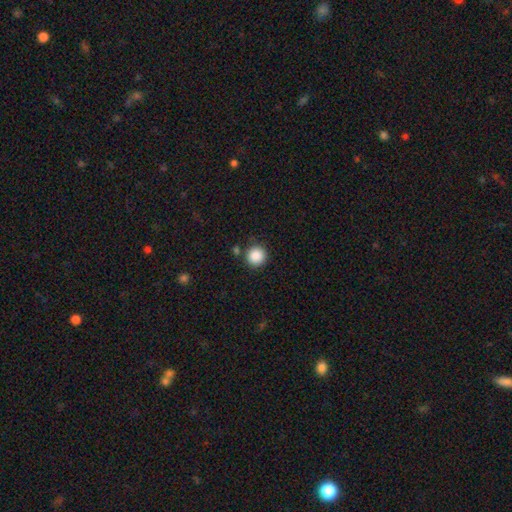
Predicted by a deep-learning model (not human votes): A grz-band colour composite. It shows a smooth galaxy with no disk features (88%) that is round (94%). Merging: none (85%).